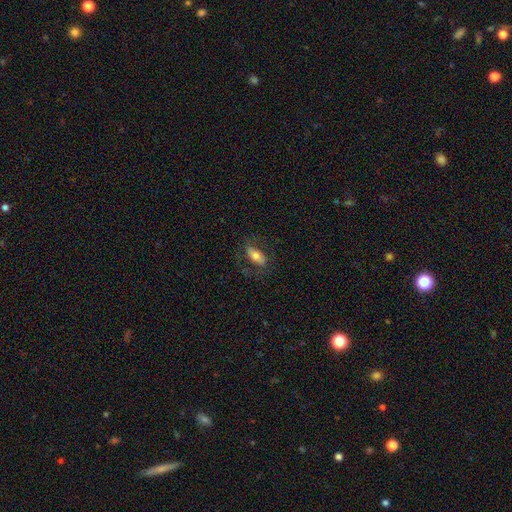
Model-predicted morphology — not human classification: Smooth or featured? smooth (63%)
How rounded? in between (84%)
Merging? none (72%)